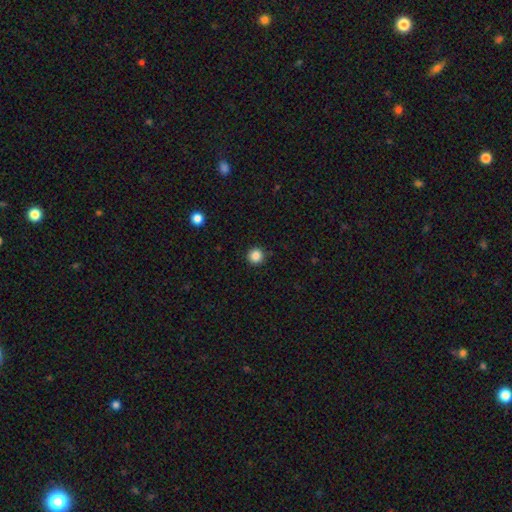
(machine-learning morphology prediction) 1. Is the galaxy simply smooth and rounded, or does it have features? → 86% smooth, 11% star or artifact, 3% featured or disk.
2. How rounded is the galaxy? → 96% round, 3% in between, 1% cigar-shaped.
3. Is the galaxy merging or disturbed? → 92% none, 5% minor disturbance, 2% major disturbance, 1% merger.